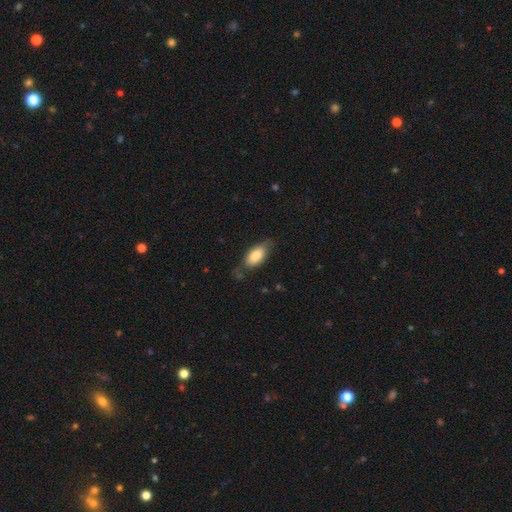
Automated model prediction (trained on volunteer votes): Q: Smooth or featured?
A: smooth (76%); runner-up: featured or disk (17%)
Q: How rounded?
A: in between (89%); runner-up: cigar-shaped (8%)
Q: Merging?
A: none (64%); runner-up: minor disturbance (26%)